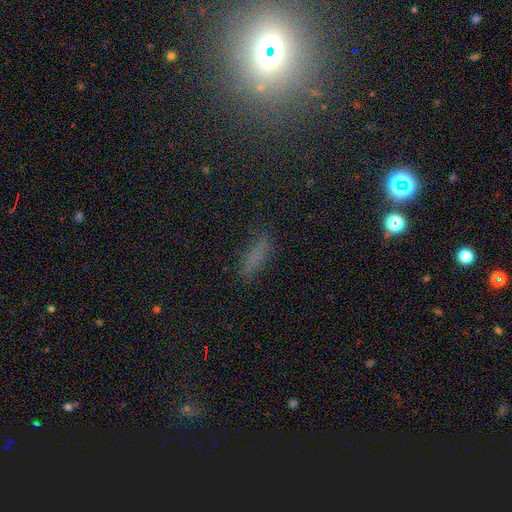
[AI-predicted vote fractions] Smooth or featured?
  - smooth: 67% *
  - star or artifact: 21%
  - featured or disk: 12%
How rounded?
  - cigar-shaped: 61% *
  - in between: 36%
  - round: 4%
Merging?
  - none: 77% *
  - minor disturbance: 16%
  - major disturbance: 5%
  - merger: 2%